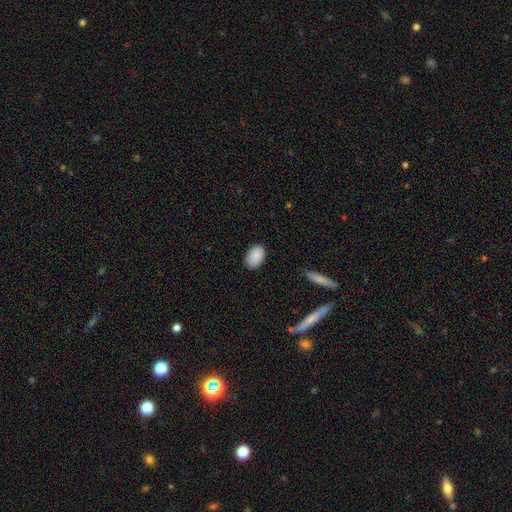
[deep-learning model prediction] Smooth or featured: smooth — 88% (star or artifact — 7%)
How rounded: in between — 90% (round — 9%)
Merging: none — 84% (minor disturbance — 12%)